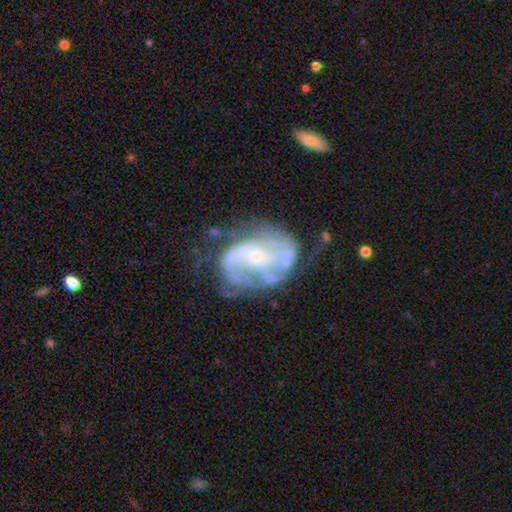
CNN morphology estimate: type=featured or disk (85%); edge-on=no (98%); bar=no (57%); spiral arms=yes (91%); winding=medium (44%); arm count=2 (47%); bulge=small (65%); merging=none (52%).